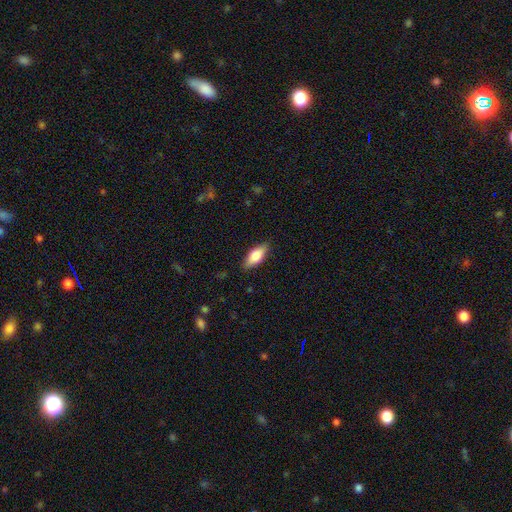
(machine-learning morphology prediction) Smooth or featured? smooth (75%)
How rounded? in between (80%)
Merging? none (86%)